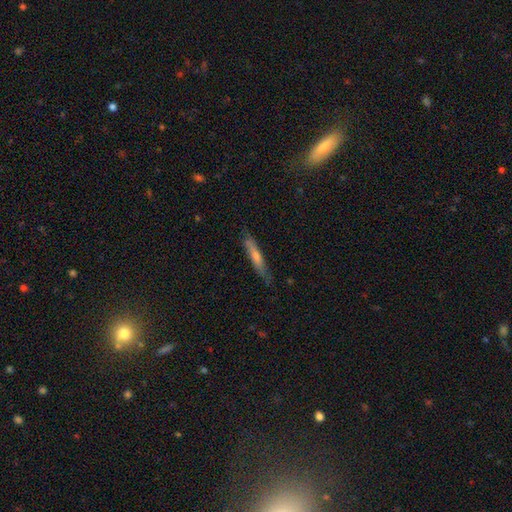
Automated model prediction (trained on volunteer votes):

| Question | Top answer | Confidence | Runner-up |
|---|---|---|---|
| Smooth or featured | smooth | 52% | featured or disk (41%) |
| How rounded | cigar-shaped | 93% | in between (6%) |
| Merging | none | 78% | minor disturbance (17%) |